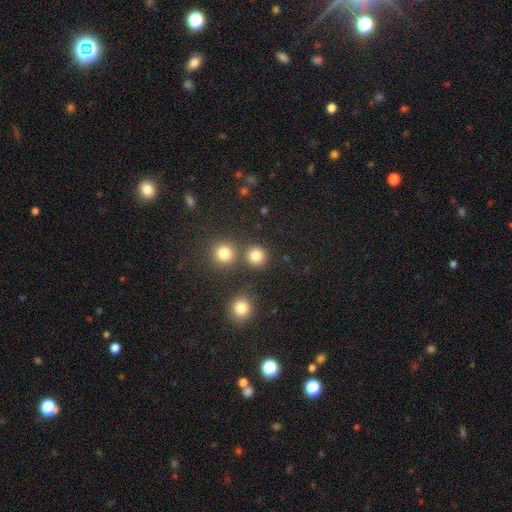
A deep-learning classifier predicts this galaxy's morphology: This appears to be a smooth galaxy with no disk features (82%) that is round (91%). Merging: none (79%).